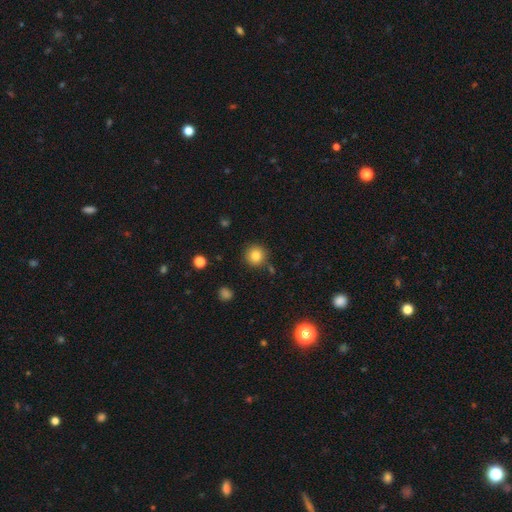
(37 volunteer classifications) This is clearly a smooth galaxy (81%). How rounded: clearly round (97%). Merging: clearly none (86%).